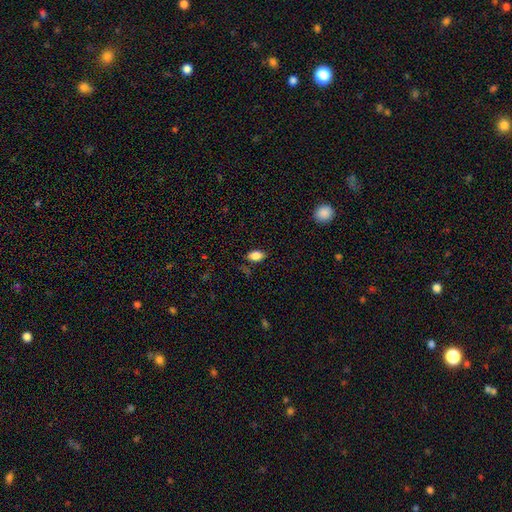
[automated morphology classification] Smooth or featured? smooth (85%)
How rounded? in between (89%)
Merging? none (81%)